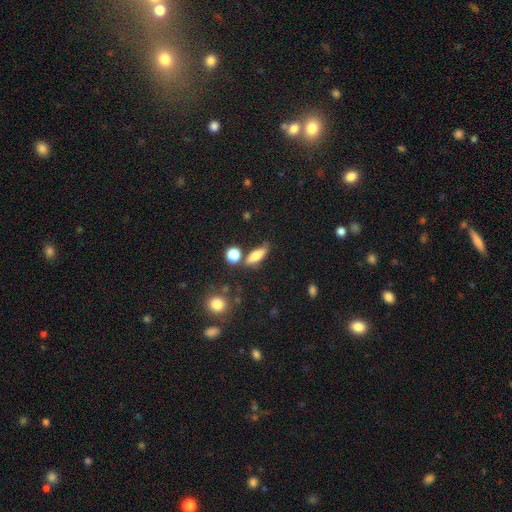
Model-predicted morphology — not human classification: Smooth or featured? Predicted: smooth (p=0.72). How rounded? Predicted: in between (p=0.55). Merging? Predicted: none (p=0.63).